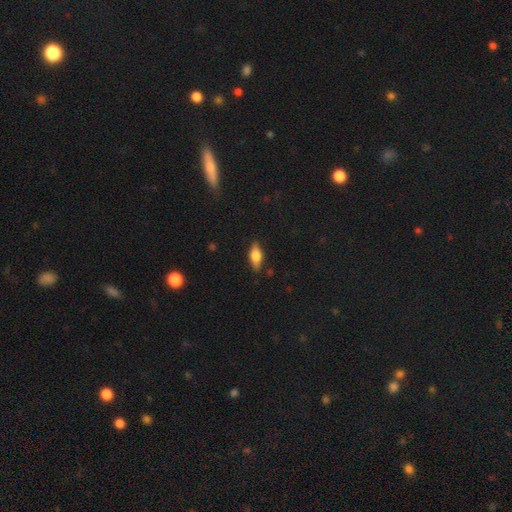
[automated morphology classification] Smooth or featured: smooth — 53% (featured or disk — 39%)
How rounded: in between — 72% (cigar-shaped — 24%)
Merging: none — 85% (minor disturbance — 12%)